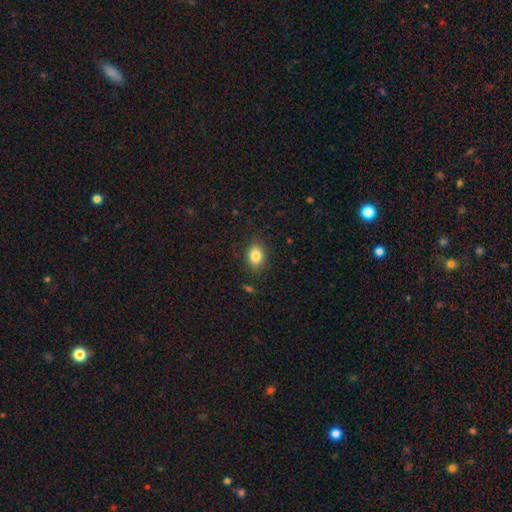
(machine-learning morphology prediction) Smooth or featured: smooth — 84% (star or artifact — 9%)
How rounded: in between — 68% (round — 31%)
Merging: none — 85% (minor disturbance — 11%)